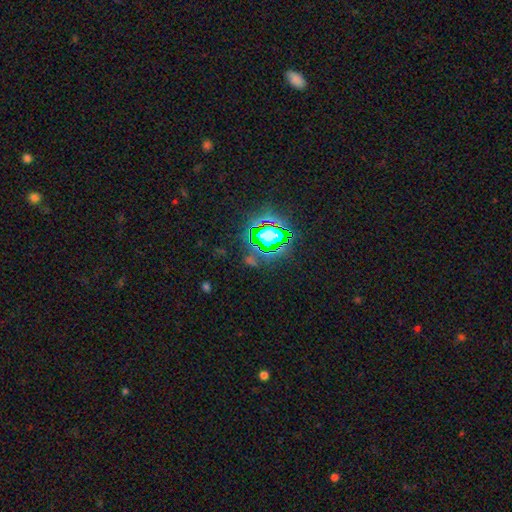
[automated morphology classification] star or artifact 78%, smooth 14%, featured or disk 8%.